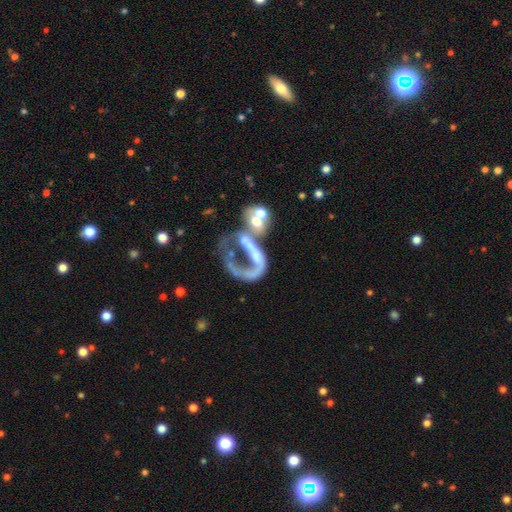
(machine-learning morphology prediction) Smooth or featured? Predicted: featured or disk (p=0.68). Edge-on disk? Predicted: no (p=0.96). Bar? Predicted: no (p=0.72). Spiral arms? Predicted: no (p=0.65). Bulge size? Predicted: none (p=0.54). Merging? Predicted: major disturbance (p=0.38, tied with merger).